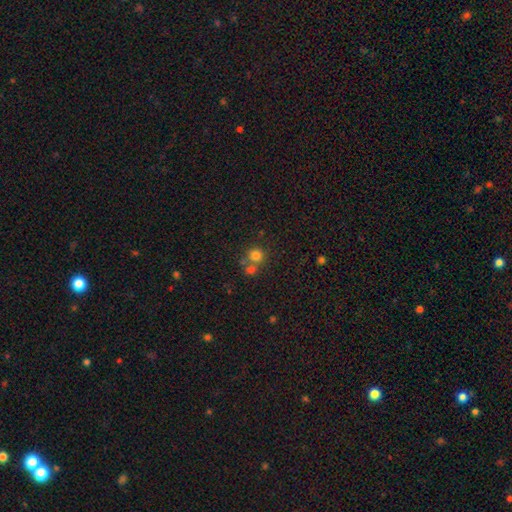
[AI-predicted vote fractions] Smooth or featured? Predicted: smooth (p=0.76). How rounded? Predicted: round (p=0.88). Merging? Predicted: none (p=0.53).